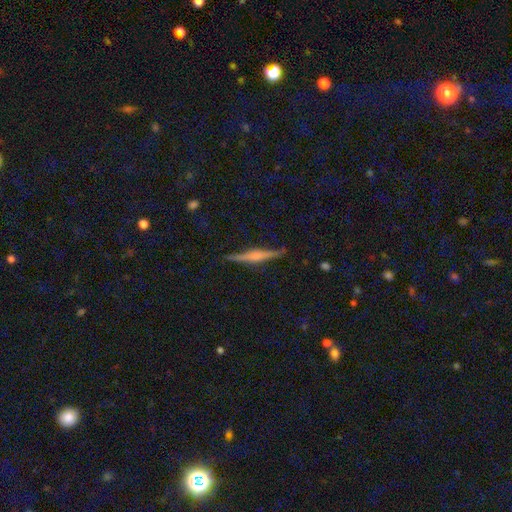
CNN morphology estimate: Q: Smooth or featured?
A: featured or disk (73%); runner-up: smooth (19%)
Q: Edge-on disk?
A: yes (98%); runner-up: no (2%)
Q: Edge-on bulge?
A: rounded (67%); runner-up: boxy (22%)
Q: Merging?
A: none (89%); runner-up: minor disturbance (8%)